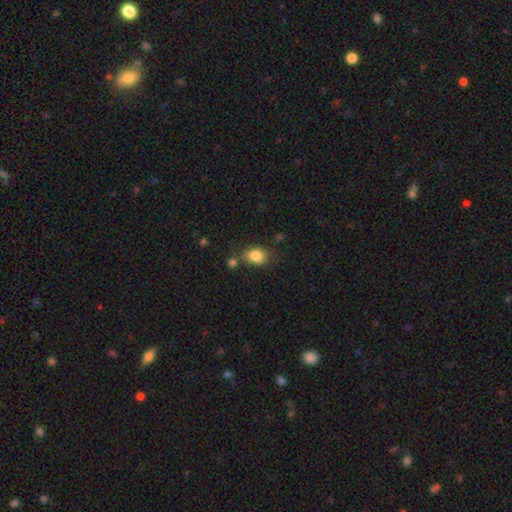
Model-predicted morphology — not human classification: This is clearly a smooth galaxy (84%). How rounded: likely in between (60%). Merging: likely none (64%).